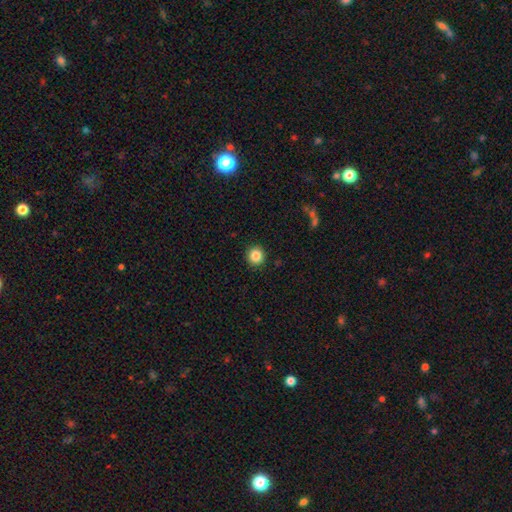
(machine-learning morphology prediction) A smooth galaxy with no disk features (86%) that is round (93%). Merging: none (92%).